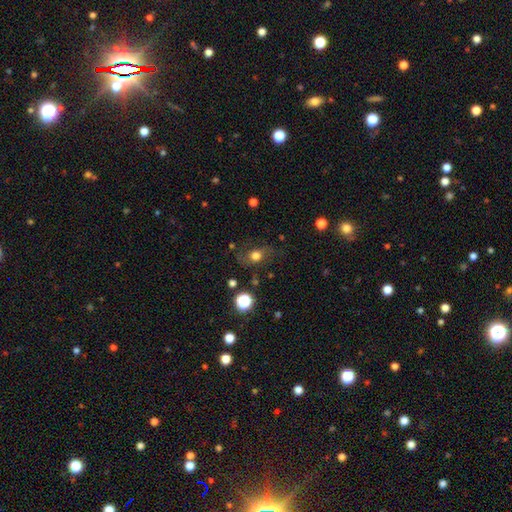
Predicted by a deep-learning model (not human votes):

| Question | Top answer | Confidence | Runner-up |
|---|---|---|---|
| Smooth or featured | smooth | 59% | featured or disk (25%) |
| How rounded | round | 50% | in between (47%) |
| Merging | none | 62% | minor disturbance (21%) |